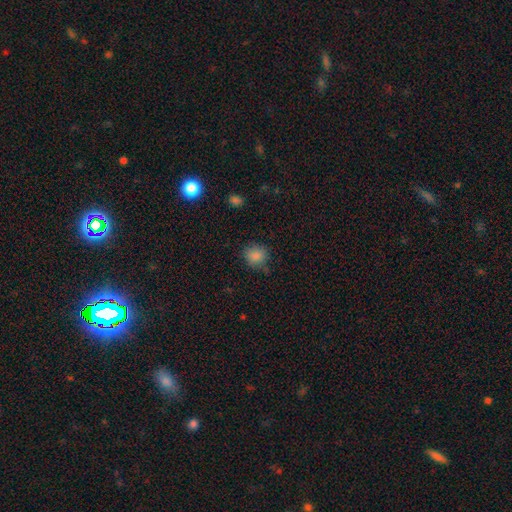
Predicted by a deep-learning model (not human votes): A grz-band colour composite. It shows a smooth galaxy with no disk features (85%) that is round (82%). Merging: none (78%).